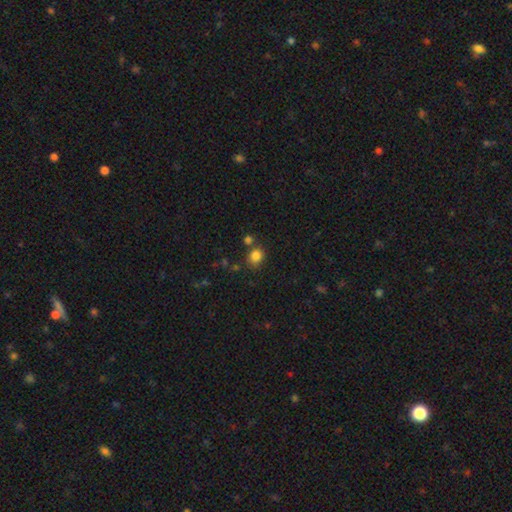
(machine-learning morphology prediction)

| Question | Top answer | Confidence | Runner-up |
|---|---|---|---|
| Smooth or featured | smooth | 83% | star or artifact (12%) |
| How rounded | round | 70% | in between (29%) |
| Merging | none | 70% | merger (14%) |